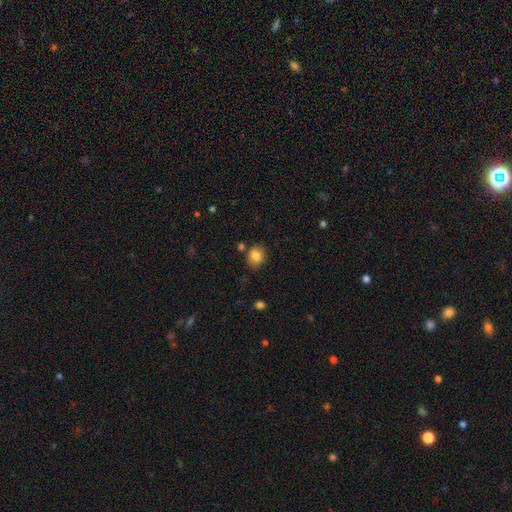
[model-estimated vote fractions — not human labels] smooth-or-featured: smooth: 83% | star or artifact: 10% | featured or disk: 7%
  how-rounded: round: 66% | in between: 33% | cigar-shaped: 1%
  merging: none: 79% | minor disturbance: 12% | merger: 5% | major disturbance: 3%